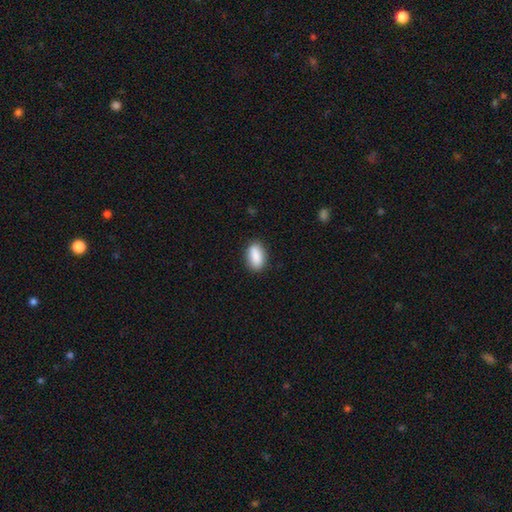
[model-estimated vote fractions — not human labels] Smooth or featured: smooth — 87% (star or artifact — 7%)
How rounded: in between — 89% (cigar-shaped — 6%)
Merging: none — 86% (minor disturbance — 11%)